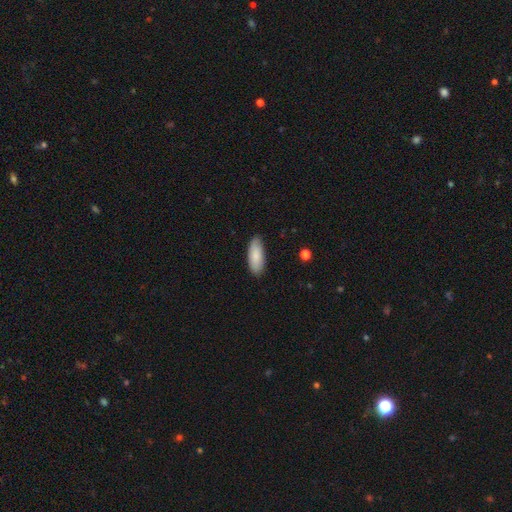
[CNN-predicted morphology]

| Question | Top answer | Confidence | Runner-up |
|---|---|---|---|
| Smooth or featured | smooth | 85% | featured or disk (9%) |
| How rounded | in between | 80% | cigar-shaped (18%) |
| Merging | none | 86% | minor disturbance (12%) |